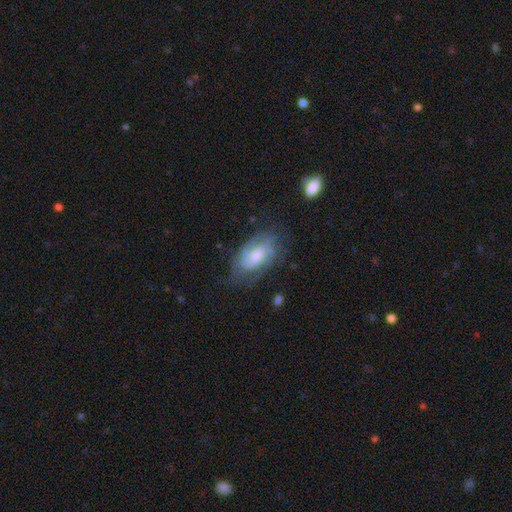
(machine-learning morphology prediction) Overall: featured or disk (63%; smooth 30%). Edge-on disk: no (95%). Bar: no (61%; weak 33%). Spiral arms: yes (83%). Bulge size: moderate (43%; small 23%). Merging: none (56%; minor disturbance 26%).